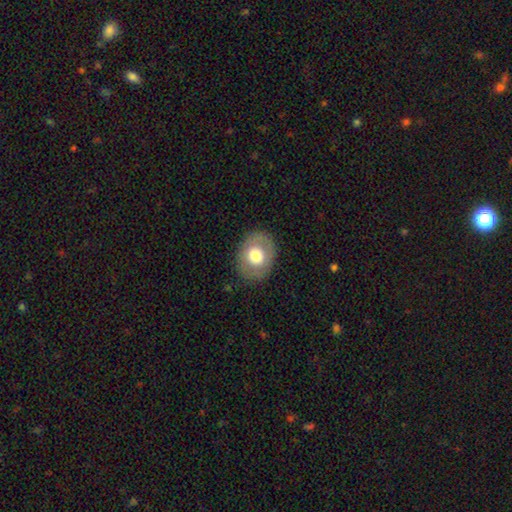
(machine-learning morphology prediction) Smooth or featured: smooth — 63% (featured or disk — 30%)
How rounded: in between — 55% (round — 44%)
Merging: none — 83% (minor disturbance — 11%)